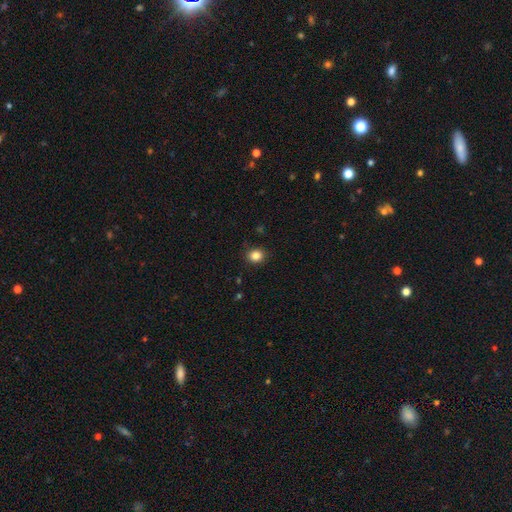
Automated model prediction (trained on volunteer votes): A smooth galaxy with no disk features (85%) that is round (77%).

Vote fractions:
- Smooth or featured? smooth: 85% / star or artifact: 11% / featured or disk: 4%
- How rounded? round: 77% / in between: 22% / cigar-shaped: 1%
- Merging? none: 89% / minor disturbance: 8% / major disturbance: 2% / merger: 1%